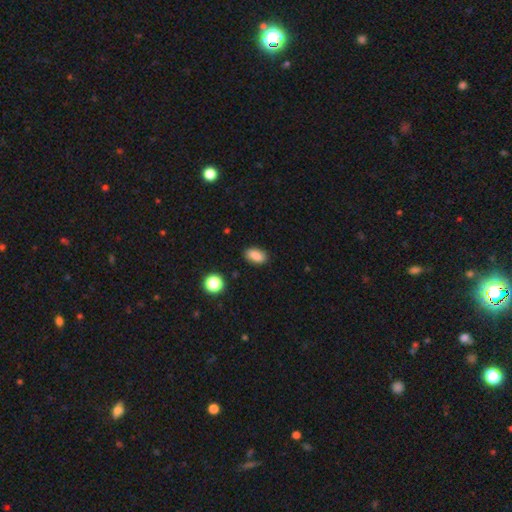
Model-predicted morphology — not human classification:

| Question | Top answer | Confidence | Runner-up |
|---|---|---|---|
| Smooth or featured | smooth | 86% | star or artifact (9%) |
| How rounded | in between | 90% | round (7%) |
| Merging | none | 87% | minor disturbance (10%) |